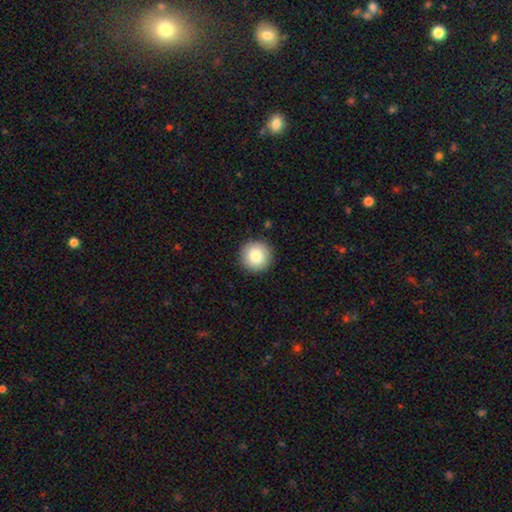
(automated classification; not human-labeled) Smooth or featured?
  - smooth: 84% *
  - star or artifact: 8%
  - featured or disk: 8%
How rounded?
  - round: 96% *
  - in between: 3%
  - cigar-shaped: 1%
Merging?
  - none: 91% *
  - minor disturbance: 6%
  - major disturbance: 2%
  - merger: 1%